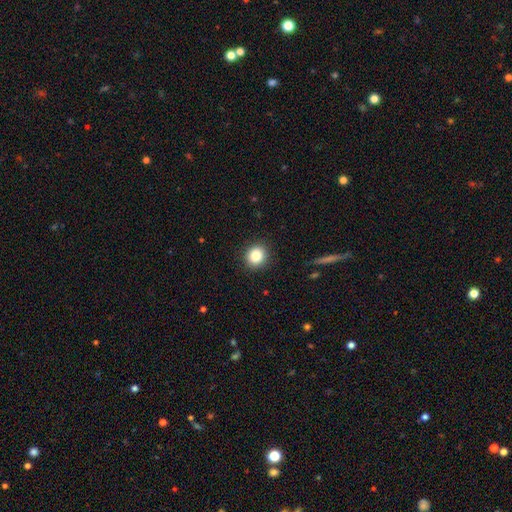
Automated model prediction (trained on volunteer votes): This appears to be a smooth galaxy with no disk features (85%) that is round (82%). Merging: none (90%).